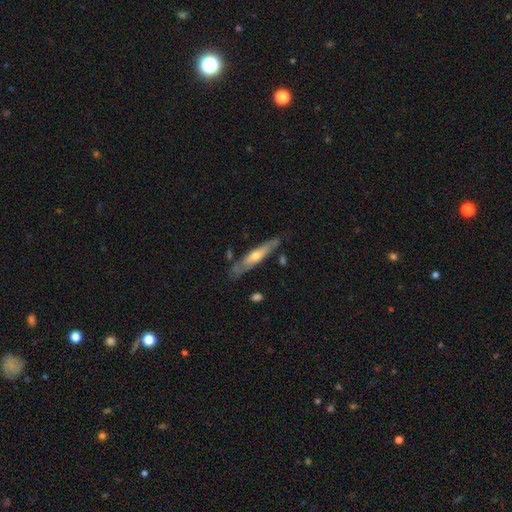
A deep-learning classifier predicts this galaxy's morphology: featured or disk 59%, smooth 35%, star or artifact 6%. Down the decision tree: edge-on disk — yes (75%); merging — none (73%).